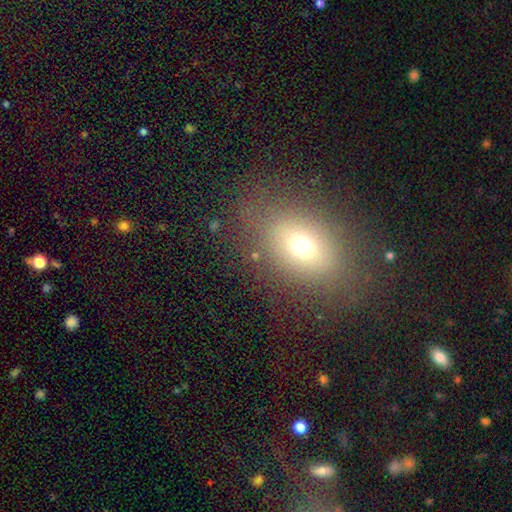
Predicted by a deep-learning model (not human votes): Smooth or featured? smooth (65%)
How rounded? in between (66%)
Merging? none (75%)